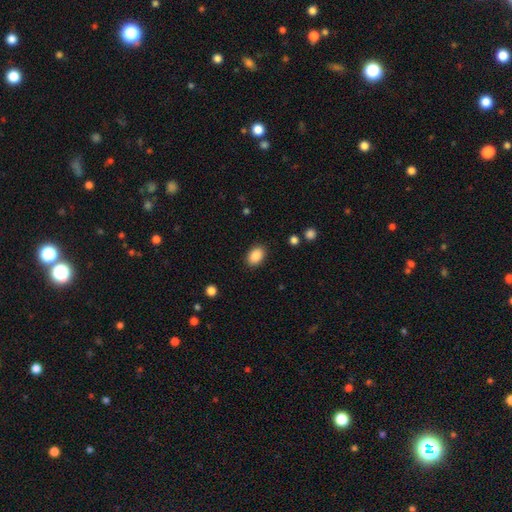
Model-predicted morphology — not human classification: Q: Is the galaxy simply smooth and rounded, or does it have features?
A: smooth — 89%.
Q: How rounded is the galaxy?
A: in between — 82%.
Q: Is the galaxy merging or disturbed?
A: none — 88%.